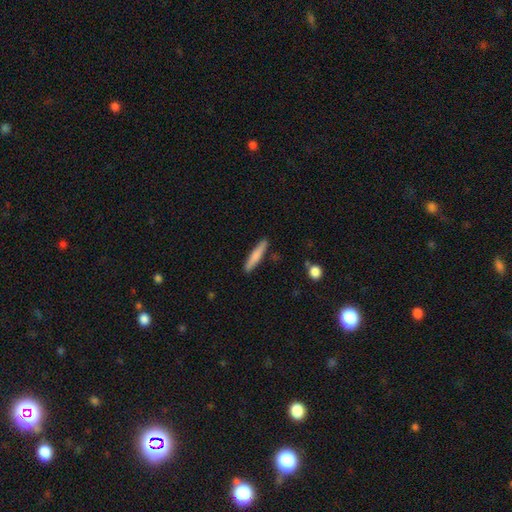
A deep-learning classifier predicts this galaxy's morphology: A smooth galaxy with no disk features (72%) that is cigar-shaped (92%).

Vote fractions:
- Smooth or featured? smooth: 72% / featured or disk: 23% / star or artifact: 5%
- How rounded? cigar-shaped: 92% / in between: 7% / round: 1%
- Merging? none: 88% / minor disturbance: 9% / merger: 2% / major disturbance: 2%